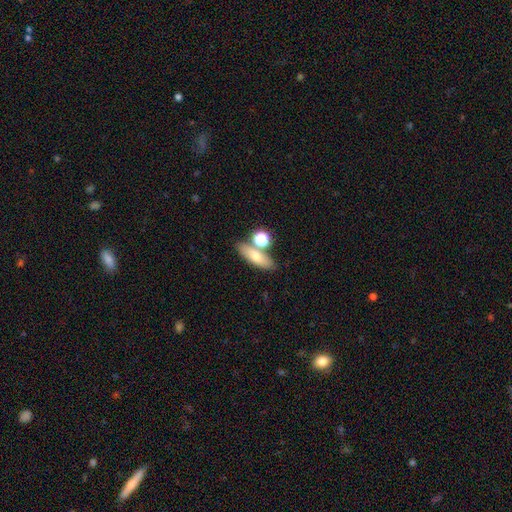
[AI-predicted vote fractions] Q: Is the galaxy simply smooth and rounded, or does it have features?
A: smooth — 66%.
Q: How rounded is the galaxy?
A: in between — 54%.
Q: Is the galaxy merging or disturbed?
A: none — 64%.